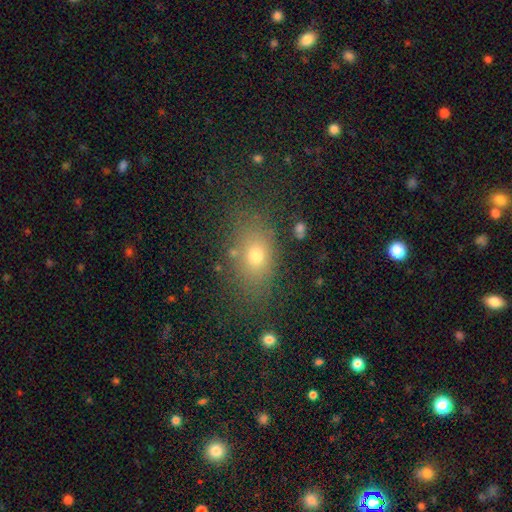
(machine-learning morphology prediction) The model was most divided on "how rounded": in between: 73%, round: 24%, cigar-shaped: 3%. More confident: merging — none (73%); smooth or featured — smooth (71%).